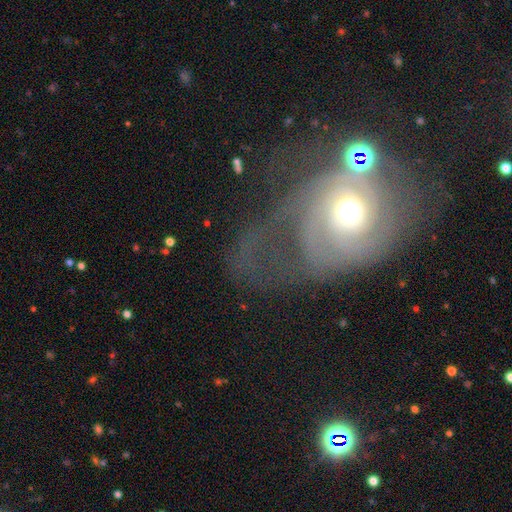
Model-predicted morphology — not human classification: Smooth or featured: featured or disk — 63% (smooth — 22%)
Edge-on disk: no — 96% (yes — 4%)
Bar: no — 79% (weak — 16%)
Spiral arms: yes — 70% (no — 30%)
Bulge size: moderate — 65% (small — 23%)
Merging: major disturbance — 37% (none — 30%)